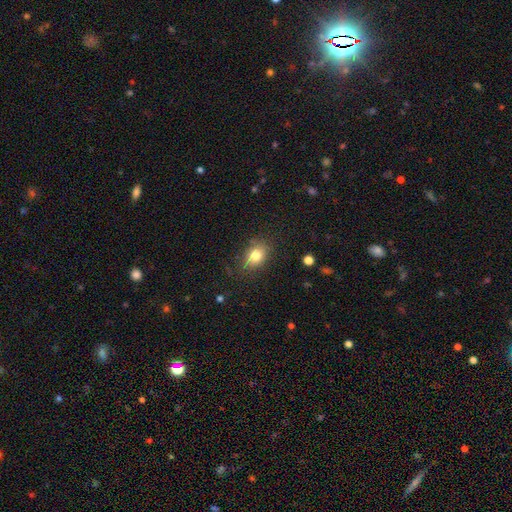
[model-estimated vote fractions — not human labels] A smooth galaxy with no disk features (79%) that is in between round and cigar-shaped (63%). Merging: none (74%).